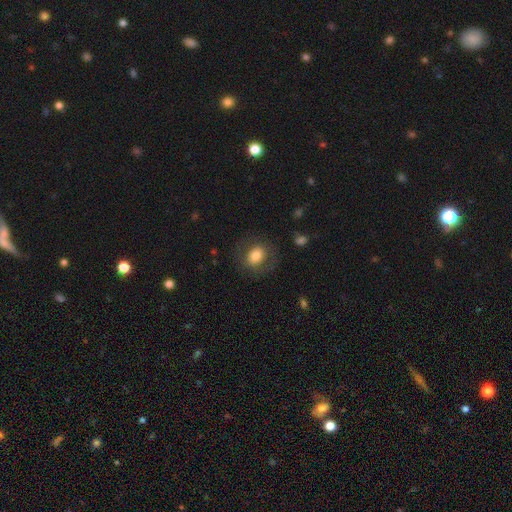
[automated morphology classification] A smooth galaxy with no disk features (72%) that is round (51%).

Vote fractions:
- Smooth or featured? smooth: 72% / featured or disk: 20% / star or artifact: 8%
- How rounded? round: 51% / in between: 48% / cigar-shaped: 1%
- Merging? none: 76% / minor disturbance: 13% / major disturbance: 9% / merger: 1%